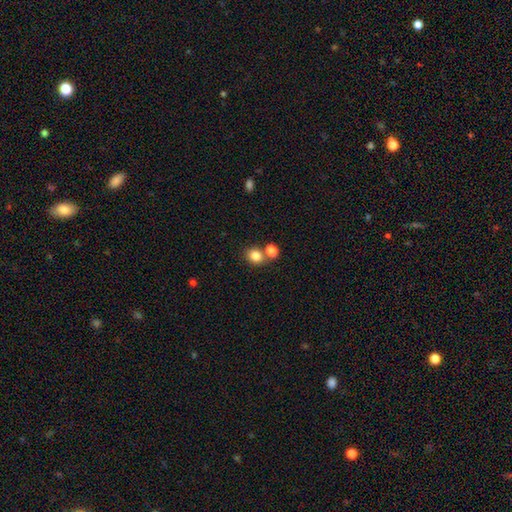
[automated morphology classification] Q: Smooth or featured?
A: smooth (83%); runner-up: star or artifact (10%)
Q: How rounded?
A: round (62%); runner-up: in between (37%)
Q: Merging?
A: none (57%); runner-up: merger (32%)